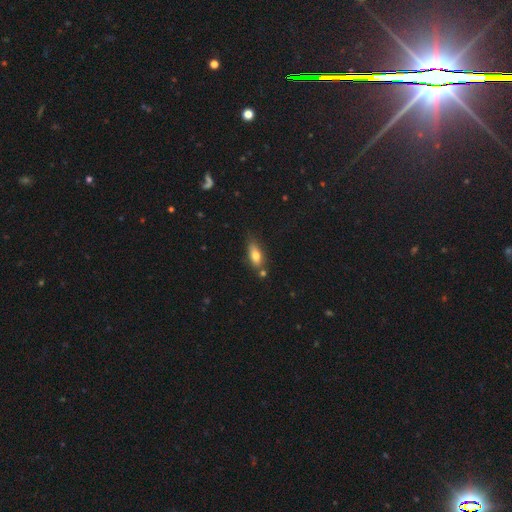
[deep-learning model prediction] smooth_or_featured: smooth (p=0.73) [alt: featured or disk p=0.19]
how_rounded: in between (p=0.75) [alt: cigar-shaped p=0.21]
merging: none (p=0.66) [alt: minor disturbance p=0.19]